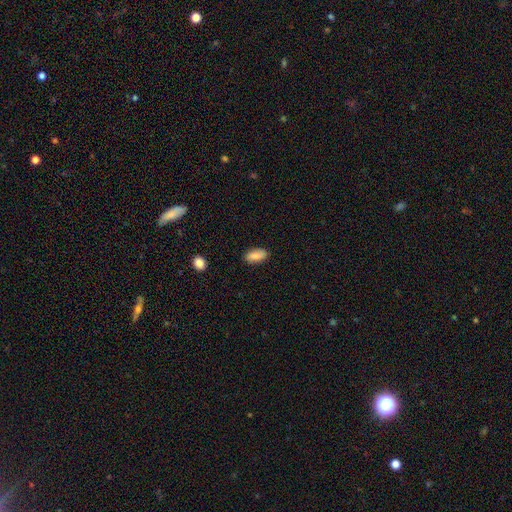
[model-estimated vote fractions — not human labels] This appears to be a smooth galaxy with no disk features (82%) that is in between round and cigar-shaped (90%). Merging: none (86%).